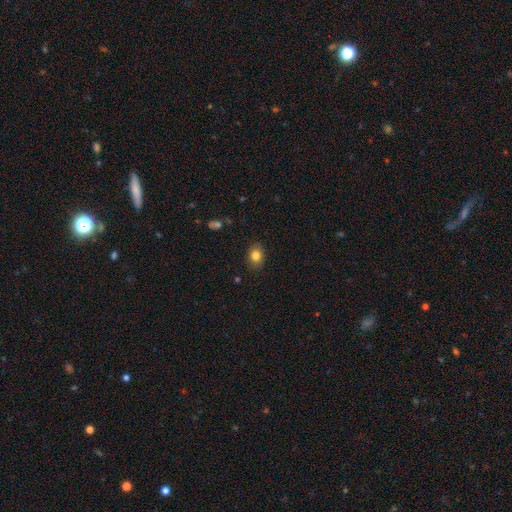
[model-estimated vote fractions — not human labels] Smooth or featured: smooth — 83% (star or artifact — 10%)
How rounded: in between — 59% (round — 40%)
Merging: none — 87% (minor disturbance — 10%)